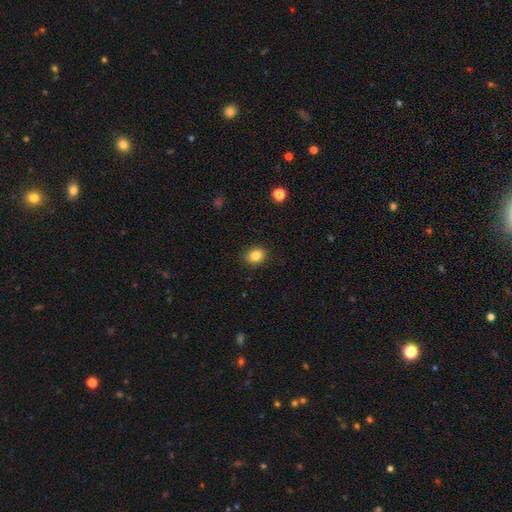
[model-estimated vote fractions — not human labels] Overall: smooth (85%). How rounded: round (51%; in between 48%). Merging: none (89%).